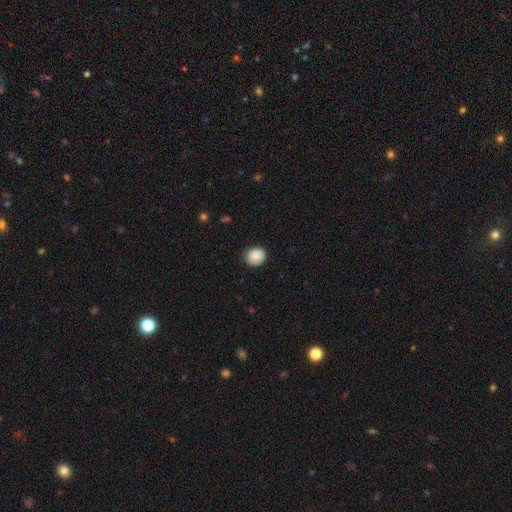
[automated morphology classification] Overall: smooth (88%). How rounded: round (75%). Merging: none (83%).